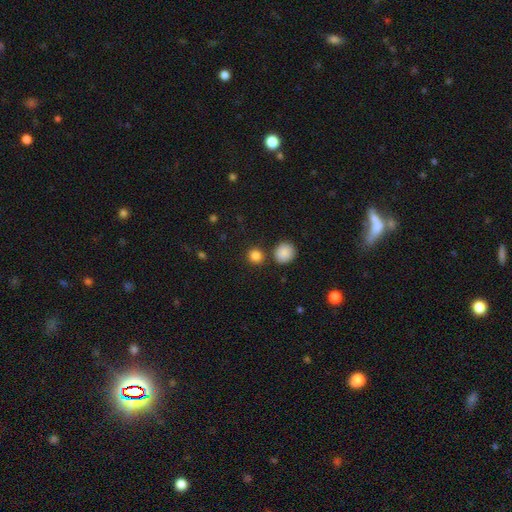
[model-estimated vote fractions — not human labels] Overall: smooth (85%). How rounded: round (88%). Merging: none (80%).